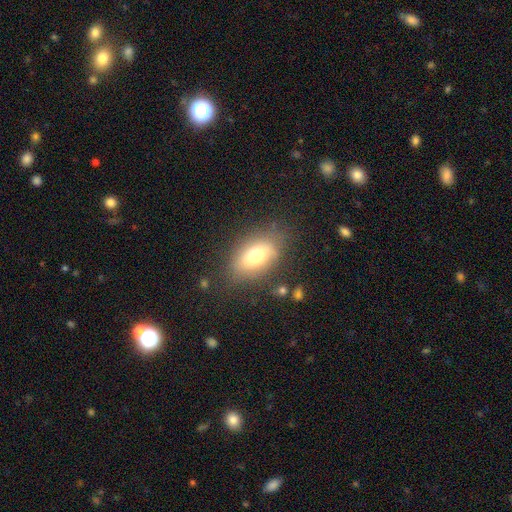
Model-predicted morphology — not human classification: type=smooth (73%); roundness=in between (89%); merging=none (77%).